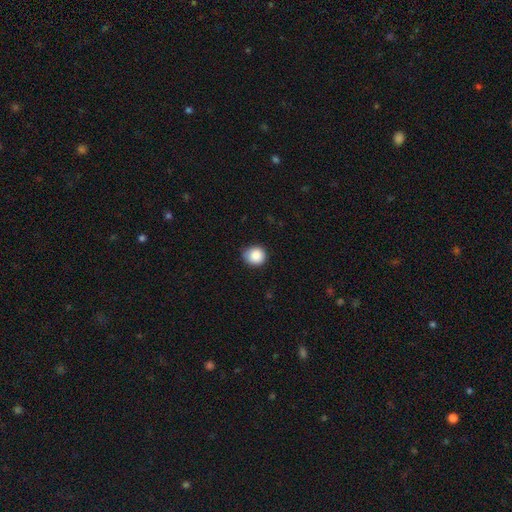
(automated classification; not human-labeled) This is clearly a smooth galaxy (88%). How rounded: clearly round (86%). Merging: likely none (75%).